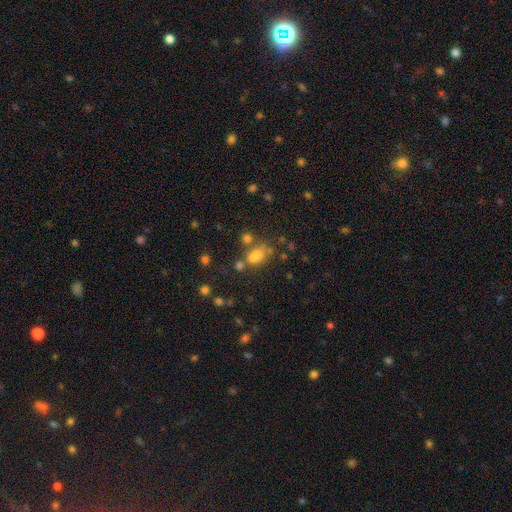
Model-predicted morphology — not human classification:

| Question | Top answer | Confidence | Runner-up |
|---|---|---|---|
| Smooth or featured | smooth | 64% | star or artifact (23%) |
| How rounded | in between | 67% | round (31%) |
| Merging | none | 47% | merger (29%) |